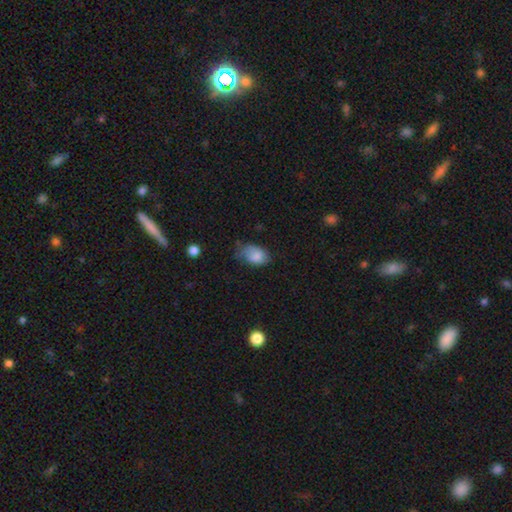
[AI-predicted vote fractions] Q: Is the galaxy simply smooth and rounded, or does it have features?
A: smooth — 77%.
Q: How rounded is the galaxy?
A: in between — 84%.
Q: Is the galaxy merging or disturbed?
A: none — 40%.